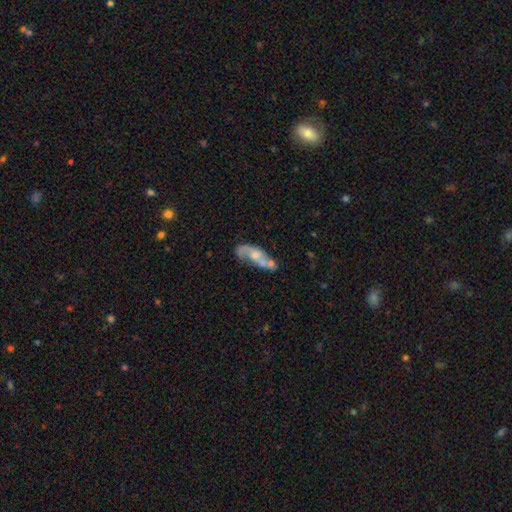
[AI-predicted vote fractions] Smooth or featured?
  - featured or disk: 57% *
  - smooth: 36%
  - star or artifact: 7%
Edge-on disk?
  - no: 90% *
  - yes: 10%
Bar?
  - no: 69% *
  - weak: 25%
  - strong: 6%
Spiral arms?
  - yes: 67% *
  - no: 33%
Bulge size?
  - moderate: 45% *
  - small: 42%
  - none: 8%
  - large: 4%
  - dominant: 1%
Merging?
  - none: 36% *
  - merger: 30%
  - minor disturbance: 22%
  - major disturbance: 12%